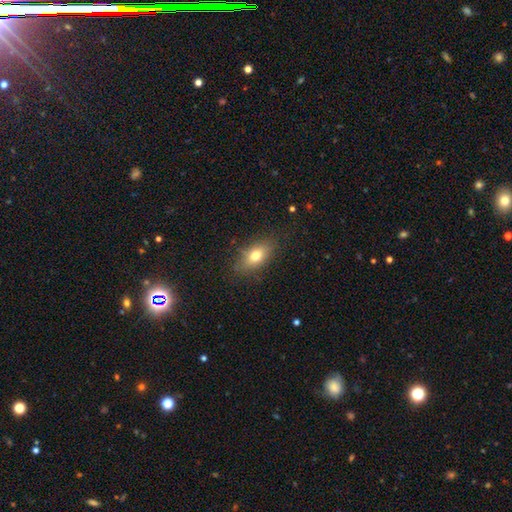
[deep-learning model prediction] Smooth or featured? Predicted: smooth (p=0.74). How rounded? Predicted: in between (p=0.83). Merging? Predicted: none (p=0.80).